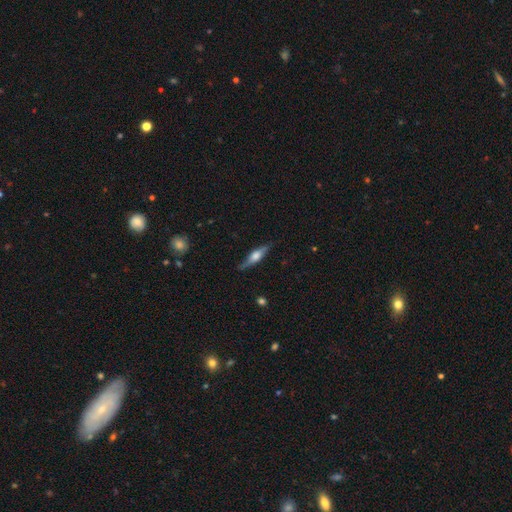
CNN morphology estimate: Smooth or featured?
  - featured or disk: 63% *
  - smooth: 31%
  - star or artifact: 6%
Edge-on disk?
  - yes: 93% *
  - no: 7%
Edge-on bulge?
  - rounded: 83% *
  - boxy: 14%
  - none: 3%
Merging?
  - none: 80% *
  - minor disturbance: 15%
  - major disturbance: 3%
  - merger: 1%